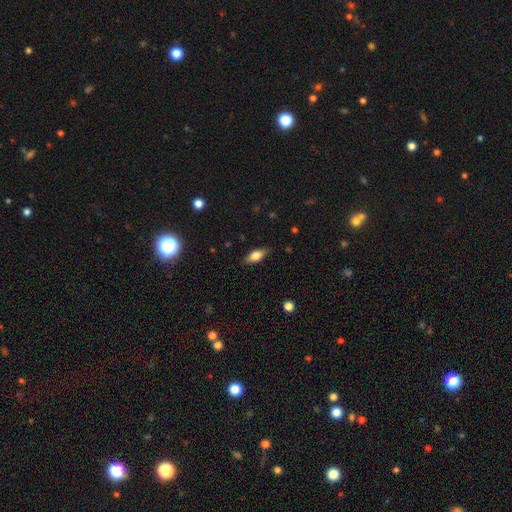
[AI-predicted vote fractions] Smooth or featured?
  - smooth: 69% *
  - featured or disk: 23%
  - star or artifact: 8%
How rounded?
  - in between: 81% *
  - cigar-shaped: 15%
  - round: 4%
Merging?
  - none: 84% *
  - minor disturbance: 12%
  - major disturbance: 3%
  - merger: 1%